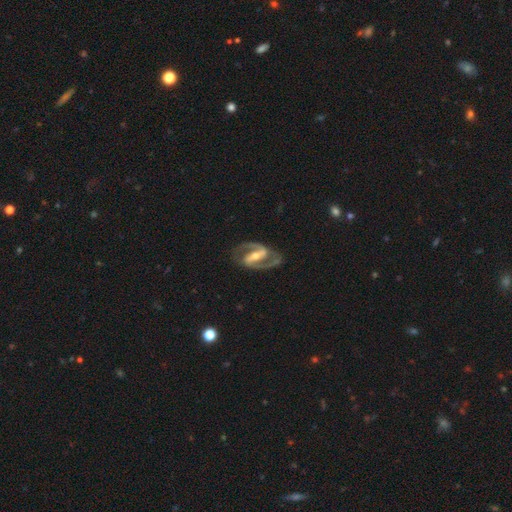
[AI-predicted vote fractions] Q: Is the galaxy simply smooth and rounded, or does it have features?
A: featured or disk — 92%.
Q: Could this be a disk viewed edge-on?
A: no — 97%.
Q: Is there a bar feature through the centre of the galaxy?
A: strong — 65%.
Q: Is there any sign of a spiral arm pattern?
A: yes — 97%.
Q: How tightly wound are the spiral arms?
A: medium — 62%.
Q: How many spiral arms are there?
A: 2 — 94%.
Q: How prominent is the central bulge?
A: moderate — 54%.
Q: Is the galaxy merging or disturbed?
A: none — 81%.